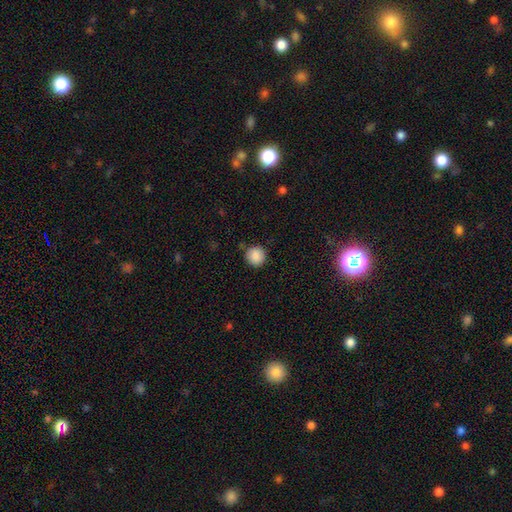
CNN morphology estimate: Smooth or featured? smooth (88%)
How rounded? round (93%)
Merging? none (87%)